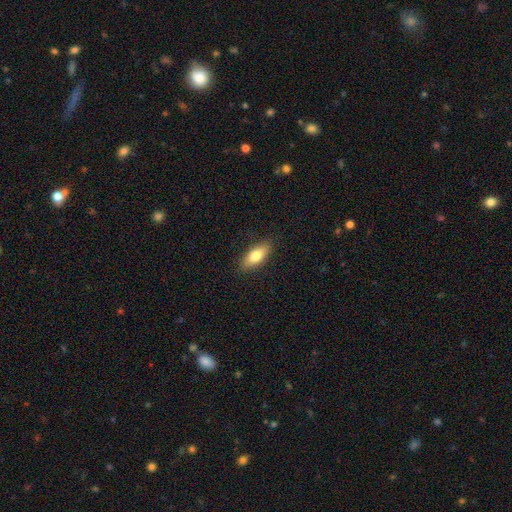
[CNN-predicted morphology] This is likely a smooth galaxy (78%). How rounded: likely in between (77%). Merging: clearly none (86%).